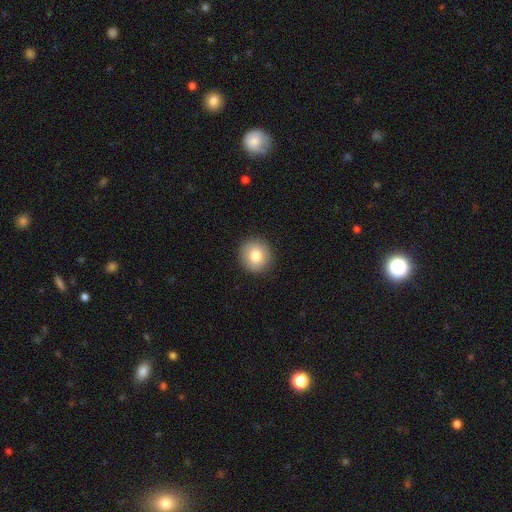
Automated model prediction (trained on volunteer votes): Smooth or featured? Predicted: smooth (p=0.80). How rounded? Predicted: round (p=0.92). Merging? Predicted: none (p=0.91).